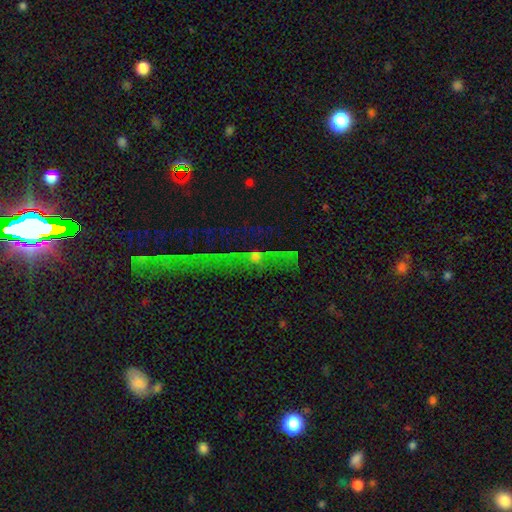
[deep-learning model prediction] Smooth or featured?
  - star or artifact: 45% *
  - featured or disk: 36%
  - smooth: 18%